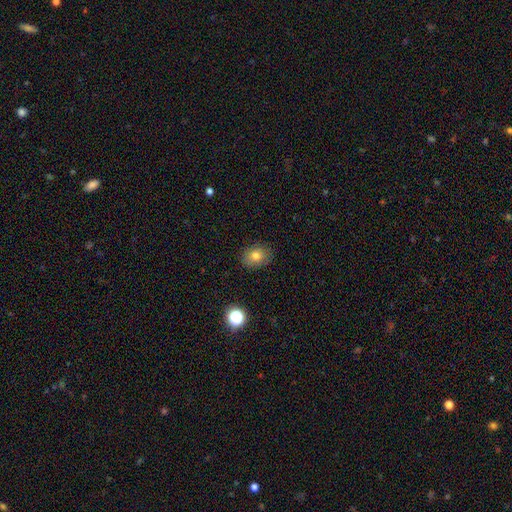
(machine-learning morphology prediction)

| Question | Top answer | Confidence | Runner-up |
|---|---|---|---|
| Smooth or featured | smooth | 77% | featured or disk (12%) |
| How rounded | in between | 55% | round (44%) |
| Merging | none | 84% | minor disturbance (12%) |